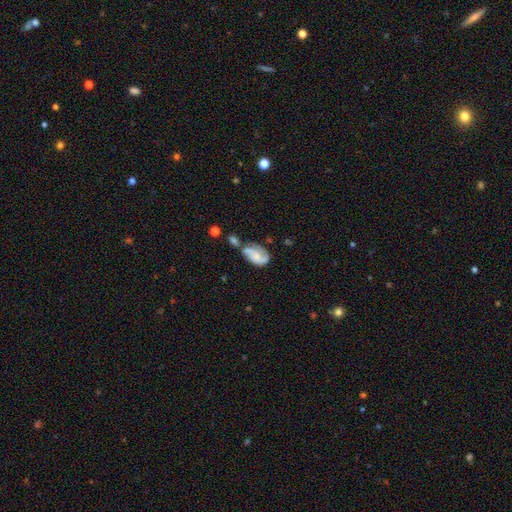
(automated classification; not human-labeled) Morphology: type=featured or disk (58%); edge-on=no (96%); bar=no (66%); spiral arms=yes (83%); bulge=small (44%); merging=none (29%).